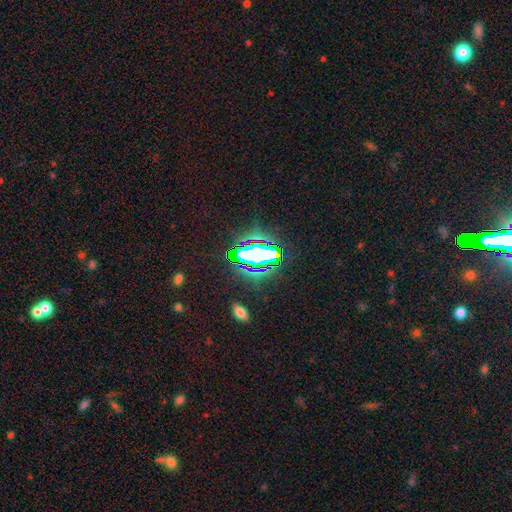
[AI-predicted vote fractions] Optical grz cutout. It shows a star or artifact, not a galaxy (62%).